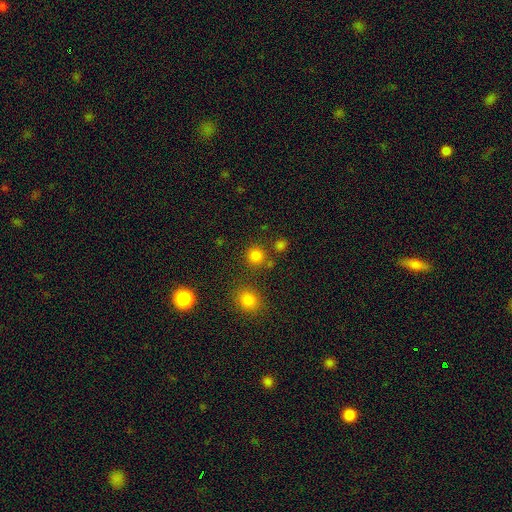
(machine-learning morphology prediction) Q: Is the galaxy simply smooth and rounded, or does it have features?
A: smooth — 80%.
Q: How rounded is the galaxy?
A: round — 92%.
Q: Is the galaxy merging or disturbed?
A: none — 80%.